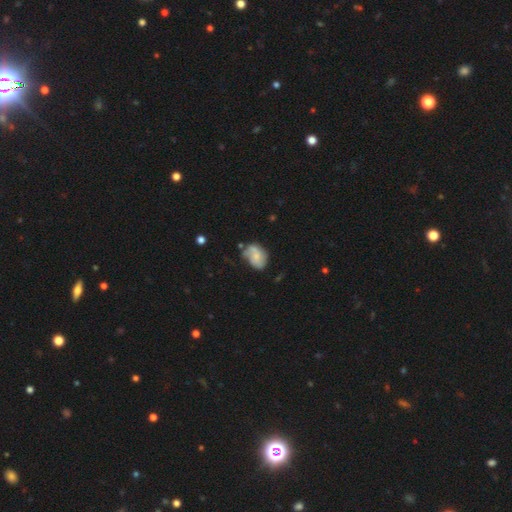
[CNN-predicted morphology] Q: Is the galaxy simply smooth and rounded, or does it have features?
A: smooth — 50%.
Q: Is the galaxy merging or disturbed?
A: none — 47%.